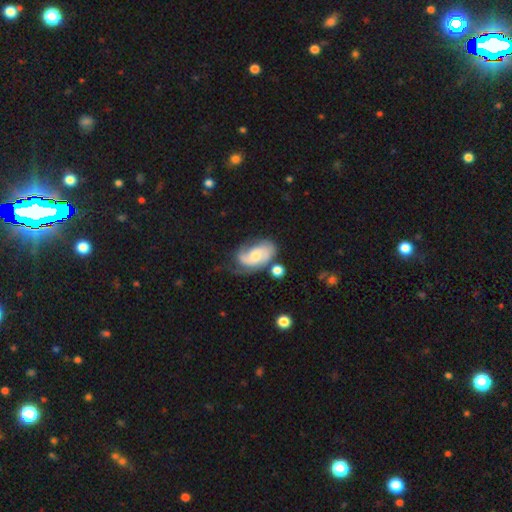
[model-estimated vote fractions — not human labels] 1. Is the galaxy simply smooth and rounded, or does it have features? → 71% featured or disk, 23% smooth, 6% star or artifact.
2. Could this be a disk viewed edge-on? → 96% no, 4% yes.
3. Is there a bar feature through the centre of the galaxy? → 63% no, 31% weak, 6% strong.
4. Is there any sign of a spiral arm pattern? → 91% yes, 9% no.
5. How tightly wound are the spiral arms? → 43% medium, 35% tight, 22% loose.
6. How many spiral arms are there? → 59% 2, 18% can't tell, 13% 1, 8% 3, 2% 4, 2% more than 4.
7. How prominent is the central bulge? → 55% moderate, 33% small, 7% large, 3% none, 1% dominant.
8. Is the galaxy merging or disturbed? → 44% none, 27% minor disturbance, 19% major disturbance, 10% merger.